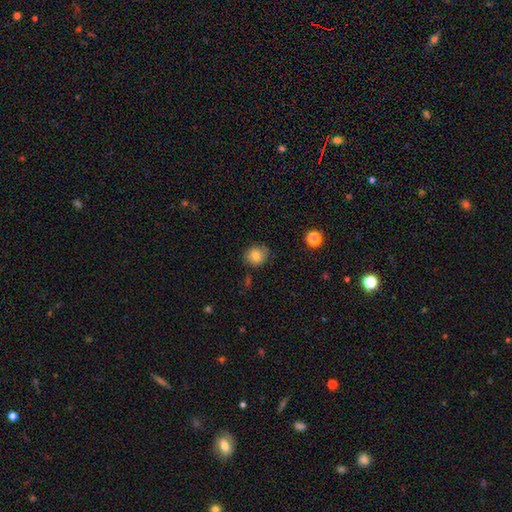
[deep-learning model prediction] Q: Smooth or featured?
A: smooth (79%); runner-up: featured or disk (11%)
Q: How rounded?
A: round (72%); runner-up: in between (27%)
Q: Merging?
A: none (78%); runner-up: minor disturbance (16%)